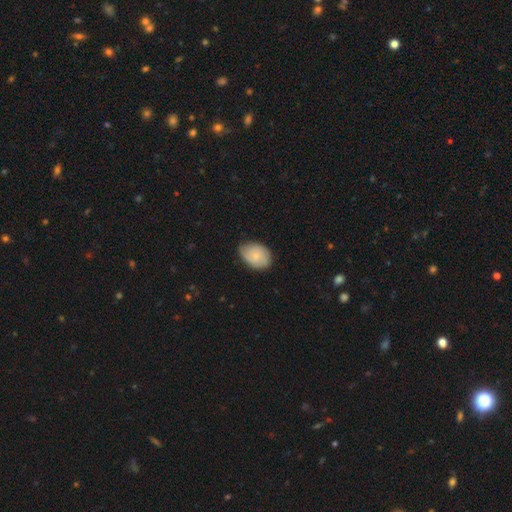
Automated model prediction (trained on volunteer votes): Smooth or featured?
  - smooth: 75% *
  - featured or disk: 19%
  - star or artifact: 7%
How rounded?
  - in between: 79% *
  - round: 20%
  - cigar-shaped: 1%
Merging?
  - none: 72% *
  - minor disturbance: 24%
  - major disturbance: 4%
  - merger: 1%